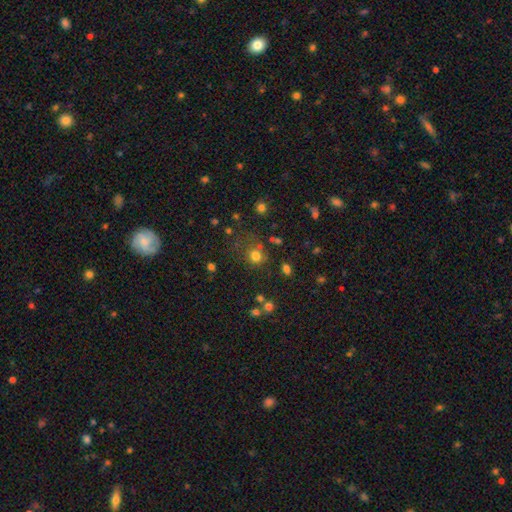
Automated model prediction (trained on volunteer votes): smooth 74%, star or artifact 19%, featured or disk 7%. Down the decision tree: how rounded — round (81%); merging — none (64%).